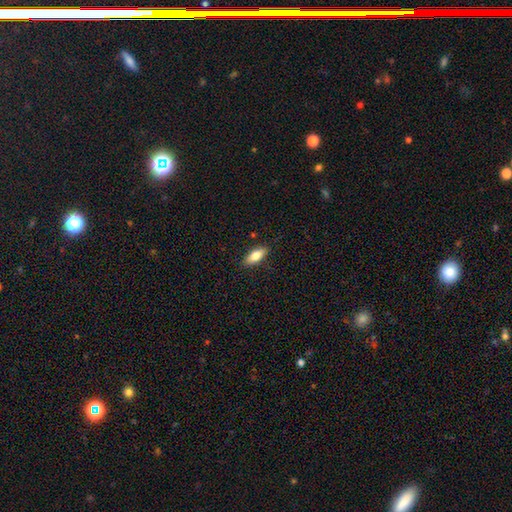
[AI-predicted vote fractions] Morphology: type=smooth (78%); roundness=in between (76%); merging=none (87%).